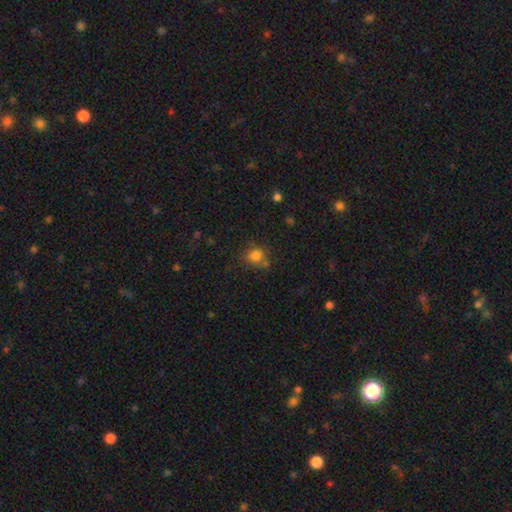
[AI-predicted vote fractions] This is likely a smooth galaxy (79%). How rounded: likely round (75%). Merging: likely none (63%).